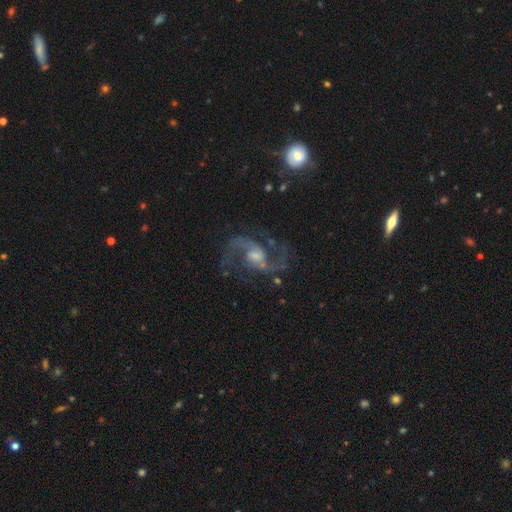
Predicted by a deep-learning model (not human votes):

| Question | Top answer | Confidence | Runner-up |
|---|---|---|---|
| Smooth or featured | featured or disk | 91% | star or artifact (6%) |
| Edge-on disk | no | 98% | yes (2%) |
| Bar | weak | 51% | no (35%) |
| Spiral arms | yes | 98% | no (2%) |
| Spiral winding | medium | 51% | loose (41%) |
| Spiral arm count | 2 | 93% | can't tell (2%) |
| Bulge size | moderate | 44% | small (36%) |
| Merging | none | 74% | minor disturbance (14%) |